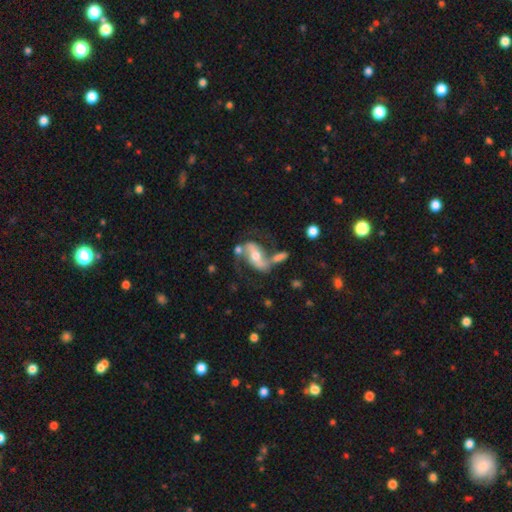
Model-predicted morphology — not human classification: This is likely a featured or disk galaxy (75%). It is clearly not viewed edge-on (90%). Bar: possibly strong (49%). Spiral arm pattern: clearly yes (85%). Spiral arm count: clearly 2 (87%). Spiral winding: possibly loose (50%). Central bulge: likely moderate (64%). Merging: possibly none (46%).